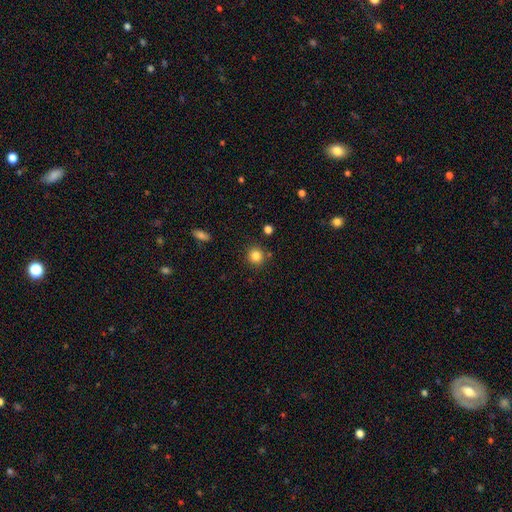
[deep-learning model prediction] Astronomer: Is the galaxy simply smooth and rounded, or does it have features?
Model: smooth — 84%.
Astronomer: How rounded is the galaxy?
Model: round — 90%.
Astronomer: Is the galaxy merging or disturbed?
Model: none — 85%.